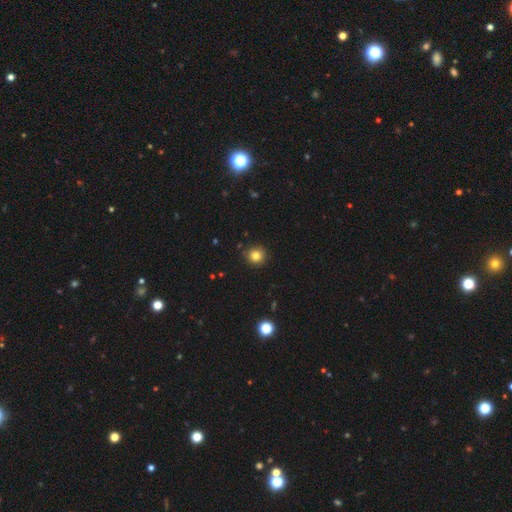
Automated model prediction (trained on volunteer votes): smooth_or_featured: smooth (p=0.80) [alt: star or artifact p=0.13]
how_rounded: round (p=0.94) [alt: in between p=0.05]
merging: none (p=0.90) [alt: minor disturbance p=0.06]